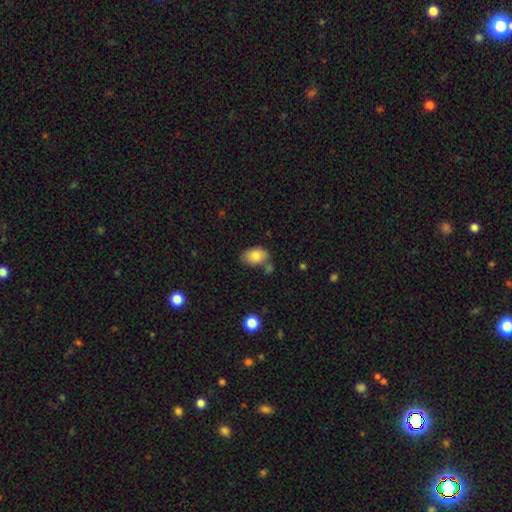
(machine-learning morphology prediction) Q: Smooth or featured?
A: smooth (83%); runner-up: featured or disk (9%)
Q: How rounded?
A: in between (83%); runner-up: round (15%)
Q: Merging?
A: none (59%); runner-up: minor disturbance (21%)